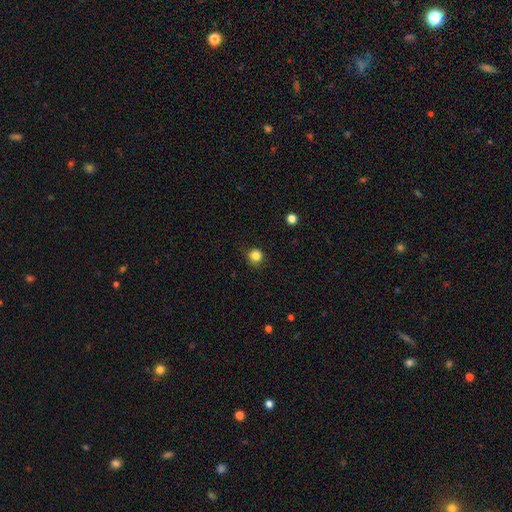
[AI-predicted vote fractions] Smooth or featured? smooth (84%)
How rounded? round (93%)
Merging? none (86%)